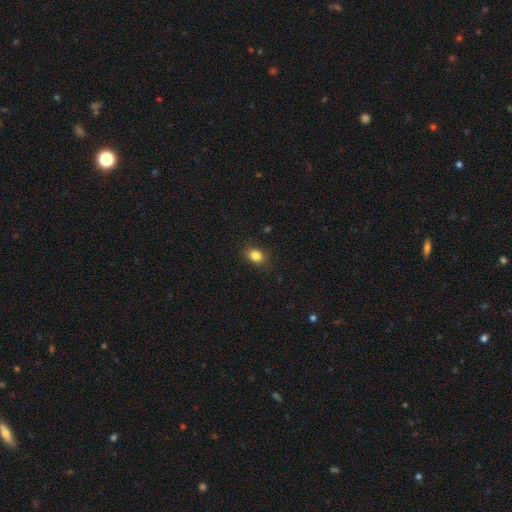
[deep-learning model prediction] A smooth galaxy with no disk features (84%) that is in between round and cigar-shaped (64%). Merging: none (84%).